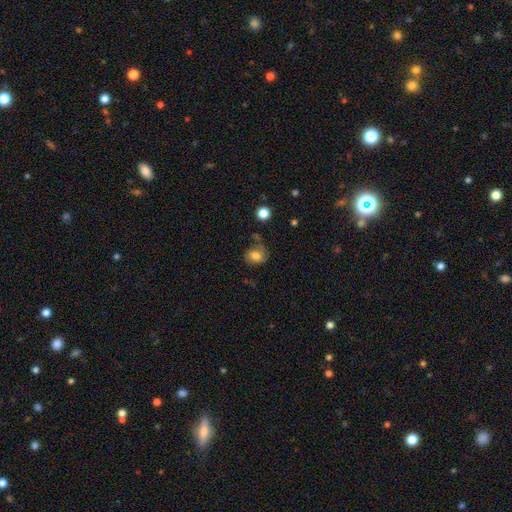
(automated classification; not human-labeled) Smooth or featured? Predicted: smooth (p=0.74). How rounded? Predicted: round (p=0.61). Merging? Predicted: none (p=0.60).